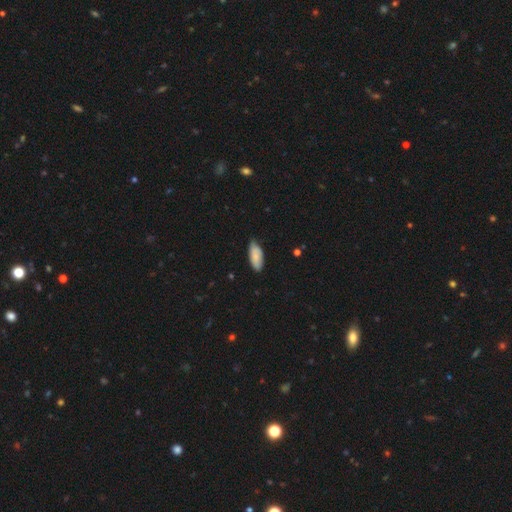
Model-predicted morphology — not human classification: Smooth or featured: smooth — 84% (featured or disk — 10%)
How rounded: in between — 84% (cigar-shaped — 15%)
Merging: none — 73% (minor disturbance — 23%)